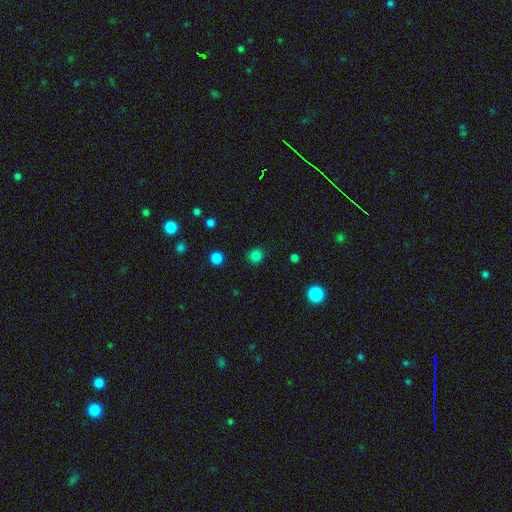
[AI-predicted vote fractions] This appears to be a smooth galaxy with no disk features (82%) that is round (92%). Merging: none (91%).